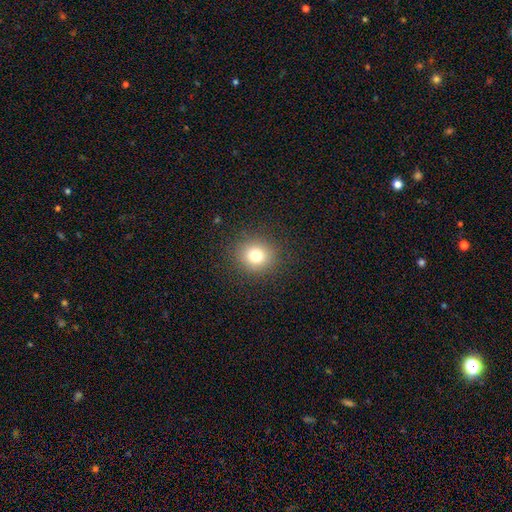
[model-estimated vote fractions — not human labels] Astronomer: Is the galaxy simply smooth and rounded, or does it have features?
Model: smooth — 77%.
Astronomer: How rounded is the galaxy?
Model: round — 87%.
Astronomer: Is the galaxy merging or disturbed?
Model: none — 89%.